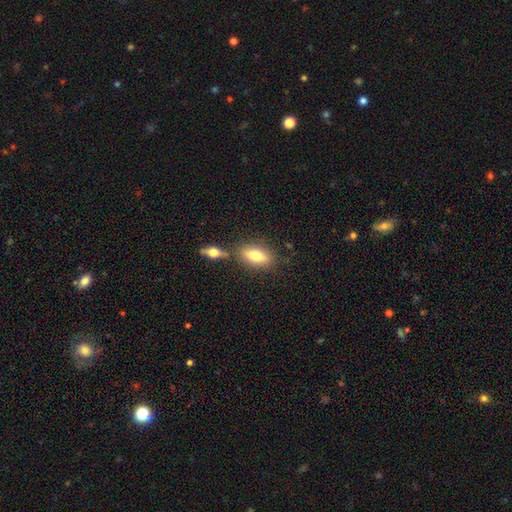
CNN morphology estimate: smooth 69%, featured or disk 24%, star or artifact 7%. Down the decision tree: how rounded — in between (80%); merging — none (66%).